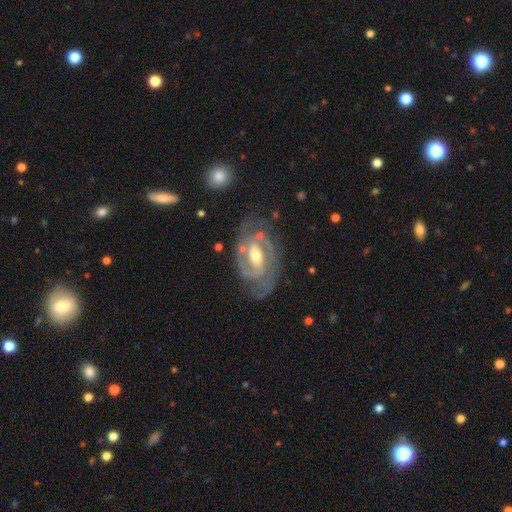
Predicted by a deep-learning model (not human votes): Overall: featured or disk (91%). Edge-on disk: no (96%). Bar: weak (42%; strong 32%). Spiral arms: yes (96%). Spiral arm count: 2 (75%). Spiral winding: tight (56%; medium 37%). Bulge size: moderate (64%; small 29%). Merging: none (71%).